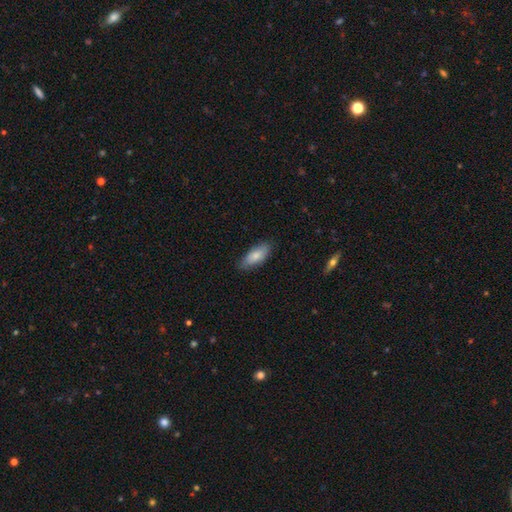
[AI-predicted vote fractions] Smooth or featured? Predicted: smooth (p=0.81). How rounded? Predicted: in between (p=0.80). Merging? Predicted: none (p=0.81).